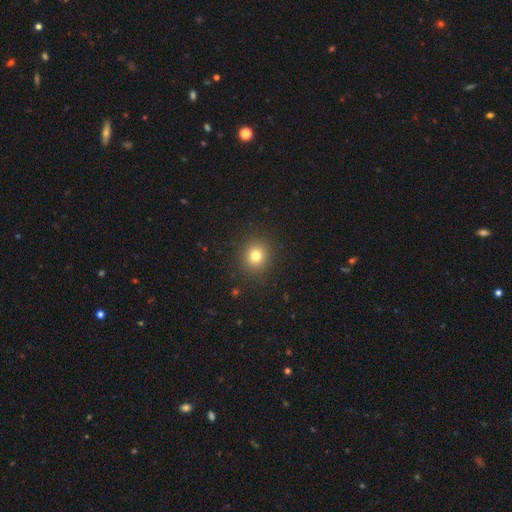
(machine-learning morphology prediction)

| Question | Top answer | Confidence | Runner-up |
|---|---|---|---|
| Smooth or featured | smooth | 78% | star or artifact (14%) |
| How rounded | round | 86% | in between (13%) |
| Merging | none | 90% | minor disturbance (6%) |